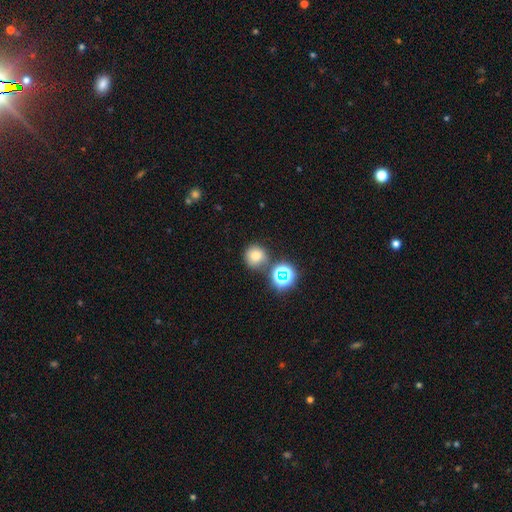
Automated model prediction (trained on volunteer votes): This is likely a smooth galaxy (71%). How rounded: clearly round (91%). Merging: likely none (74%).